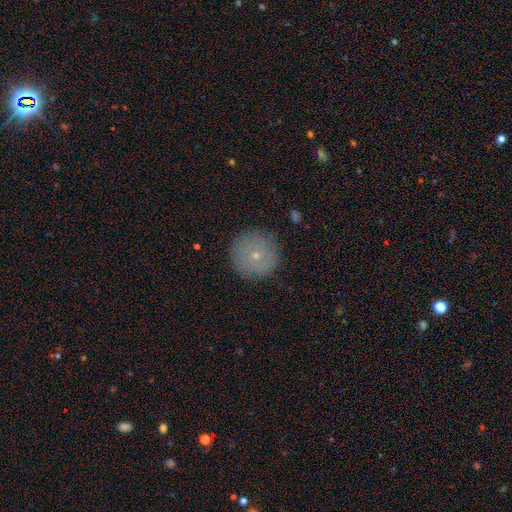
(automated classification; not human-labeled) This is likely a smooth galaxy (65%). How rounded: clearly round (96%). Merging: clearly none (88%).